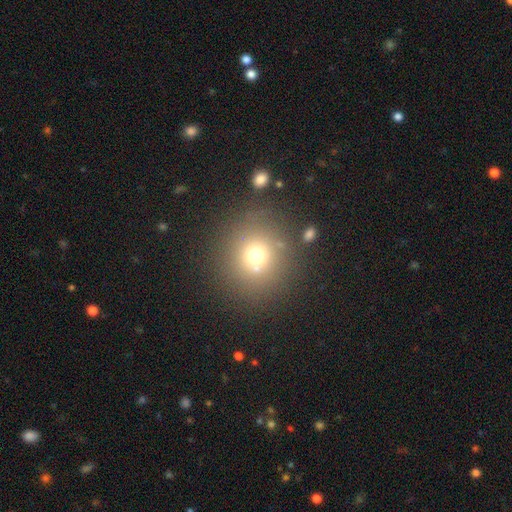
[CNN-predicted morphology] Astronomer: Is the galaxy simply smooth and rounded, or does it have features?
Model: smooth — 69%.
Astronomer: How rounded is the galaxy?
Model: round — 89%.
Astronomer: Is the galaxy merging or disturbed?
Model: none — 78%.